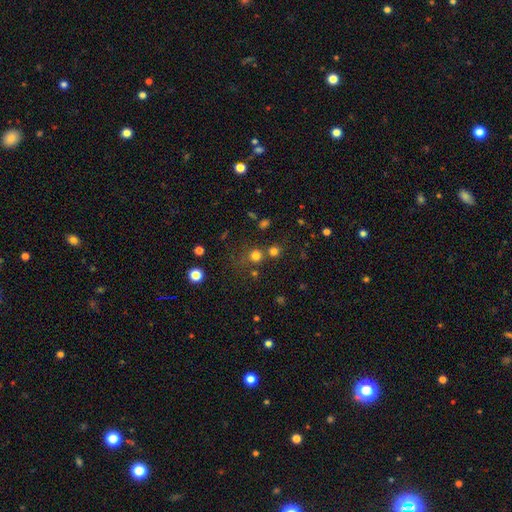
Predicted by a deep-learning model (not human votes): Morphology: type=smooth (73%); roundness=round (90%); merging=none (68%).